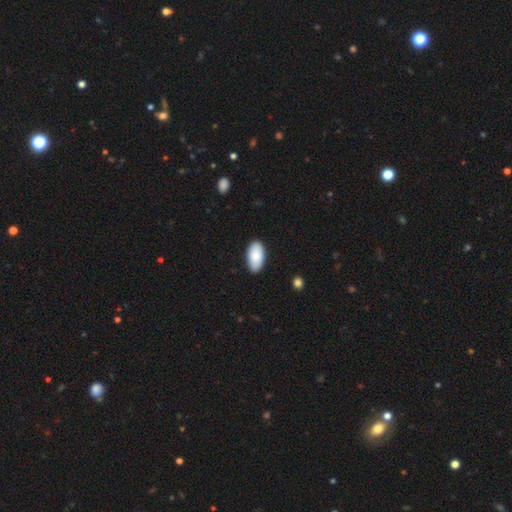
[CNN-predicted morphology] Smooth or featured: smooth — 88% (featured or disk — 6%)
How rounded: in between — 96% (cigar-shaped — 2%)
Merging: none — 87% (minor disturbance — 10%)